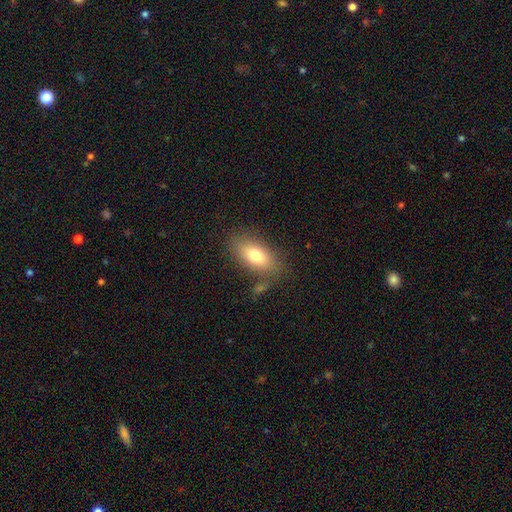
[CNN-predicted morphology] Smooth or featured? Predicted: smooth (p=0.76). How rounded? Predicted: in between (p=0.88). Merging? Predicted: none (p=0.76).